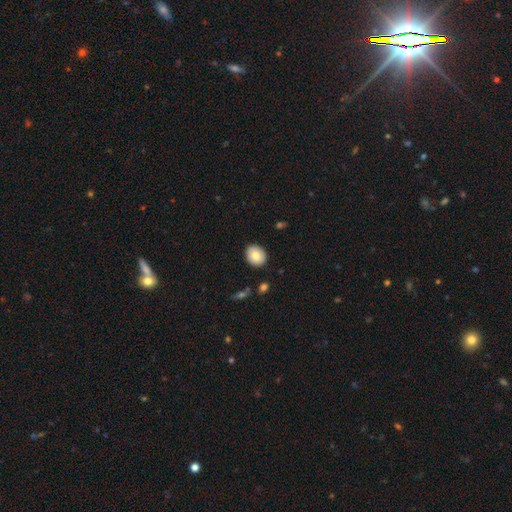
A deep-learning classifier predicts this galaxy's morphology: Smooth or featured?
  - smooth: 77% *
  - featured or disk: 15%
  - star or artifact: 8%
How rounded?
  - round: 68% *
  - in between: 31%
  - cigar-shaped: 1%
Merging?
  - none: 88% *
  - minor disturbance: 8%
  - major disturbance: 2%
  - merger: 2%